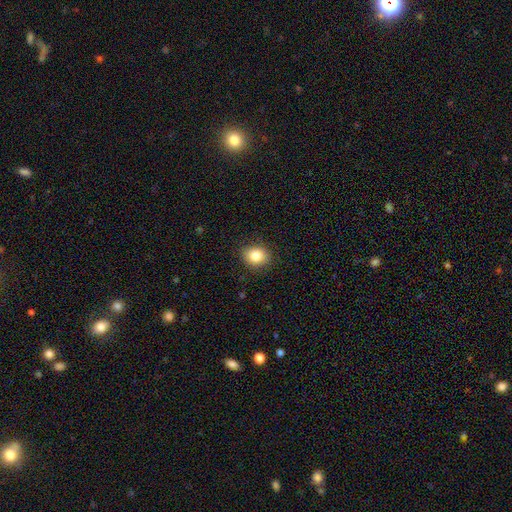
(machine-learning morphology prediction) The model was most divided on "how rounded": round: 54%, in between: 45%, cigar-shaped: 1%. More confident: merging — none (87%); smooth or featured — smooth (84%).